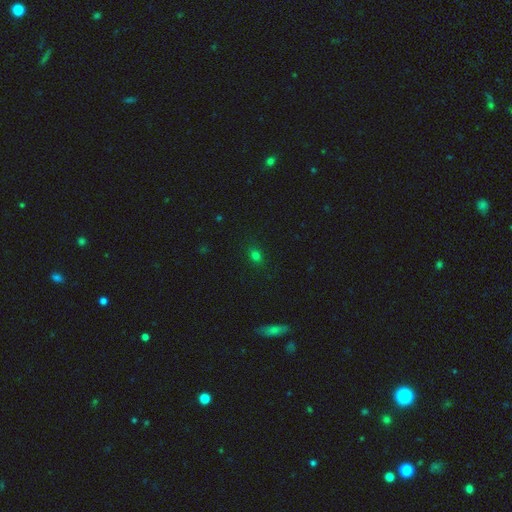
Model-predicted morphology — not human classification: This is likely a smooth galaxy (74%). How rounded: possibly in between (56%). Merging: clearly none (85%).